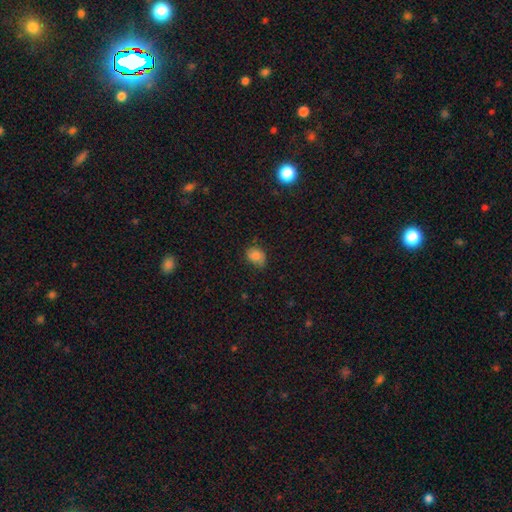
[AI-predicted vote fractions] Smooth or featured: smooth — 81% (star or artifact — 10%)
How rounded: in between — 55% (round — 44%)
Merging: none — 61% (minor disturbance — 31%)